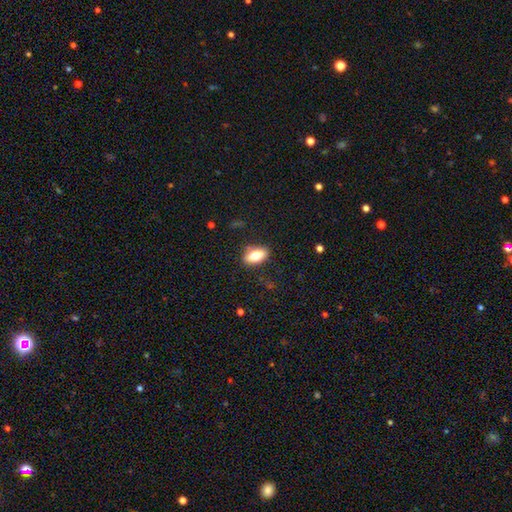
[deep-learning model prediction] smooth 73%, featured or disk 19%, star or artifact 8%. Down the decision tree: how rounded — in between (86%); merging — none (82%).